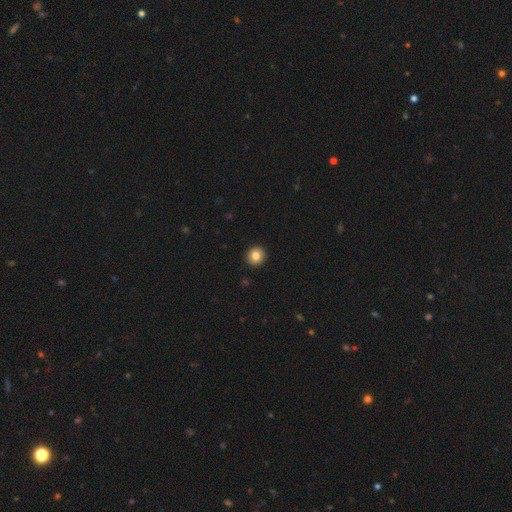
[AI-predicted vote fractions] This is clearly a smooth galaxy (84%). How rounded: clearly round (91%). Merging: clearly none (93%).